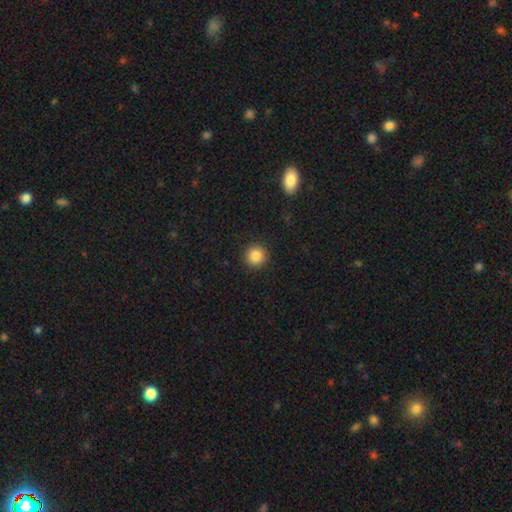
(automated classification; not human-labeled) This is clearly a smooth galaxy (86%). How rounded: clearly round (95%). Merging: clearly none (92%).